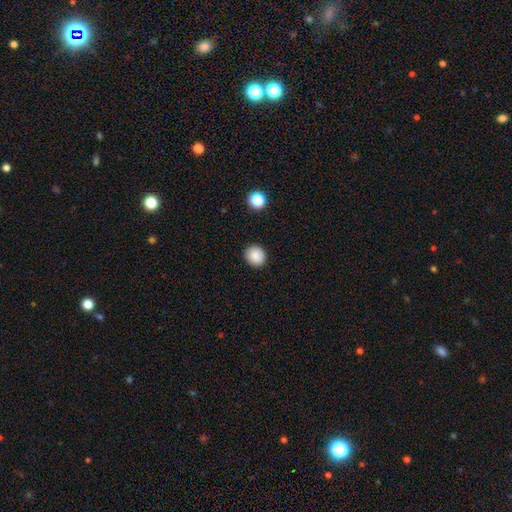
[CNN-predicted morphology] type=smooth (87%); roundness=round (86%); merging=none (90%).